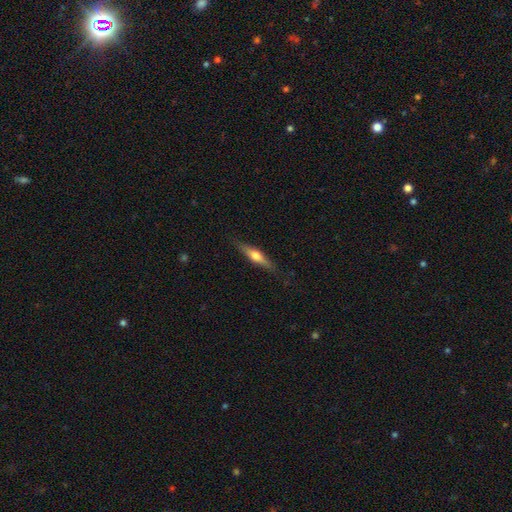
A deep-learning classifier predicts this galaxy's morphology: Smooth or featured: featured or disk — 54% (smooth — 40%)
Edge-on disk: yes — 95% (no — 5%)
Edge-on bulge: rounded — 91% (boxy — 5%)
Merging: none — 85% (minor disturbance — 11%)